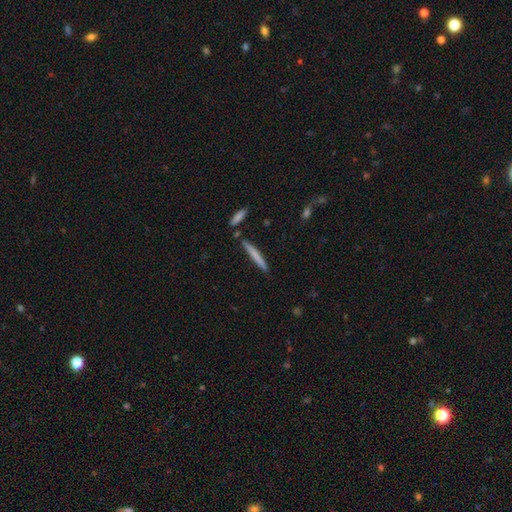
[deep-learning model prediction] Smooth or featured: smooth — 68% (featured or disk — 26%)
How rounded: cigar-shaped — 96% (in between — 3%)
Merging: none — 86% (minor disturbance — 8%)